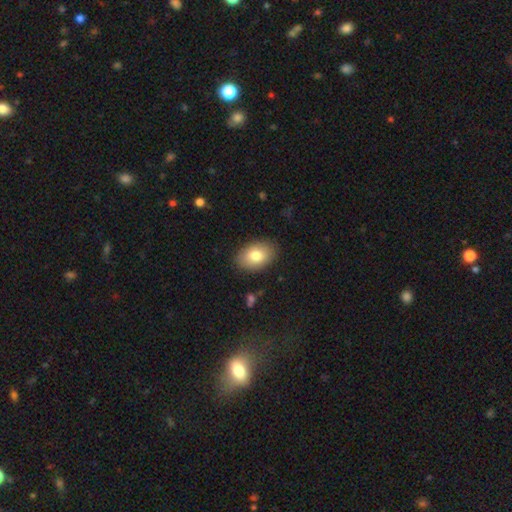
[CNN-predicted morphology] type=smooth (80%); roundness=in between (88%); merging=none (87%).